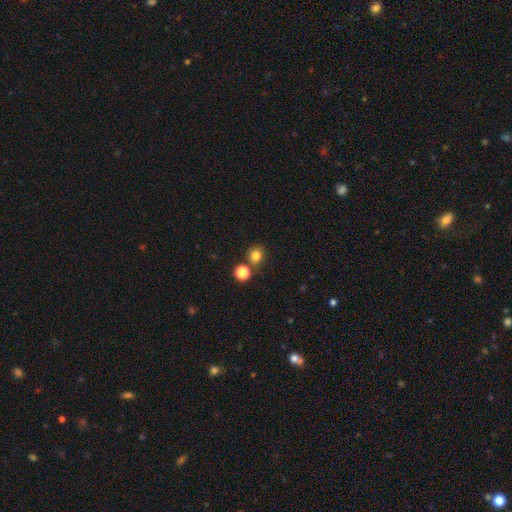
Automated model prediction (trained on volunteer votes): Smooth or featured?
  - smooth: 81% *
  - star or artifact: 14%
  - featured or disk: 5%
How rounded?
  - round: 85% *
  - in between: 14%
  - cigar-shaped: 1%
Merging?
  - none: 74% *
  - merger: 15%
  - minor disturbance: 8%
  - major disturbance: 3%